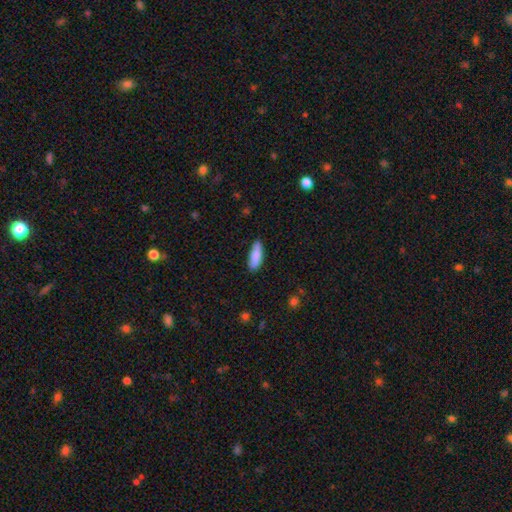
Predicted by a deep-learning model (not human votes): This appears to be a smooth galaxy with no disk features (86%) that is in between round and cigar-shaped (52%). Merging: none (83%).